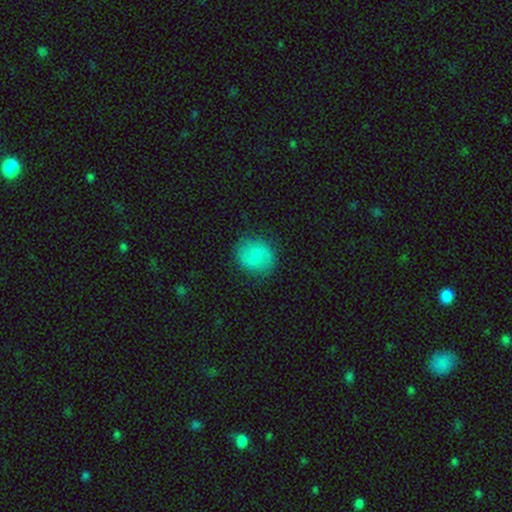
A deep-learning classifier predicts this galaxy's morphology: A smooth galaxy with no disk features (57%) that is round (77%). Merging: none (80%).